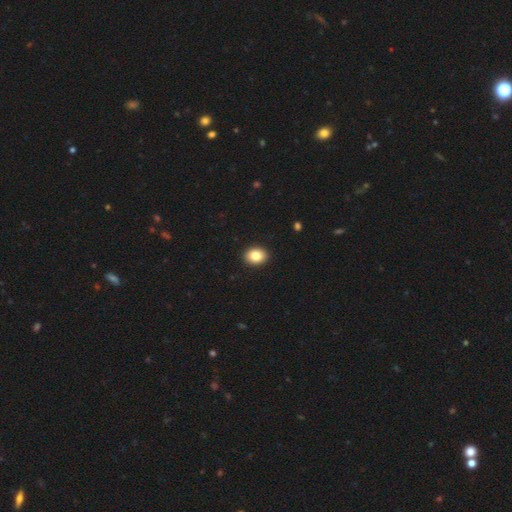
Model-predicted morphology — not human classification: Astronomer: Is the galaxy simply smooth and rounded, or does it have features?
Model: smooth — 85%.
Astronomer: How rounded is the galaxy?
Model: in between — 64%.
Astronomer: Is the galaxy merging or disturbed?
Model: none — 92%.